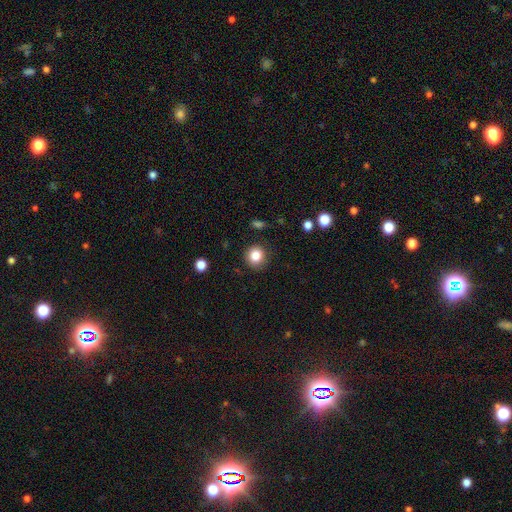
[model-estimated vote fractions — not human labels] A smooth galaxy with no disk features (83%) that is round (91%). Merging: none (89%).